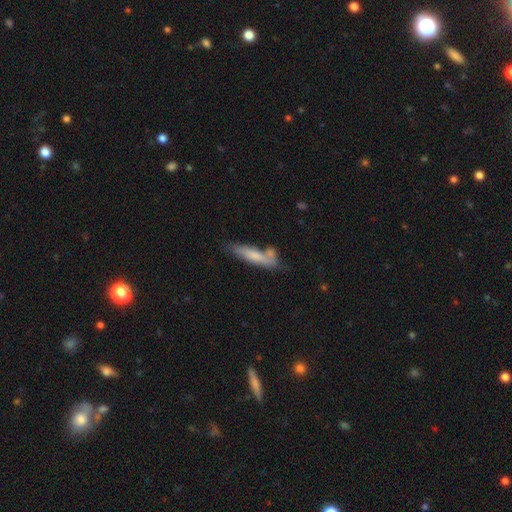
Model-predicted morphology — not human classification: A smooth galaxy with no disk features (67%) that is cigar-shaped (74%).

Vote fractions:
- Smooth or featured? smooth: 67% / featured or disk: 26% / star or artifact: 7%
- How rounded? cigar-shaped: 74% / in between: 24% / round: 2%
- Merging? none: 51% / merger: 21% / minor disturbance: 20% / major disturbance: 7%